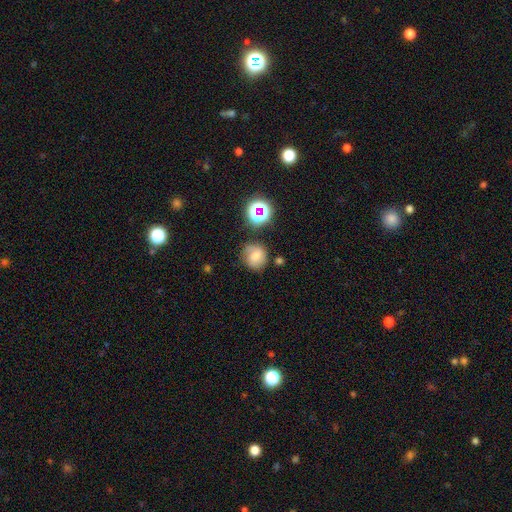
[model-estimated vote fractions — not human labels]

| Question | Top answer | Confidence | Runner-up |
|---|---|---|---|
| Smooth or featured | smooth | 56% | featured or disk (28%) |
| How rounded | round | 82% | in between (17%) |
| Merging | none | 66% | minor disturbance (21%) |